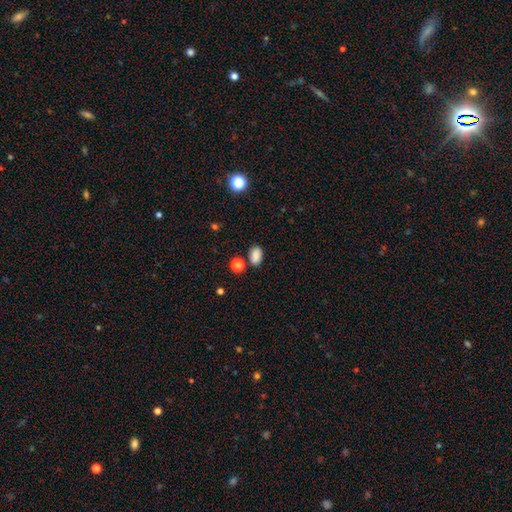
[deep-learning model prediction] A smooth galaxy with no disk features (84%) that is in between round and cigar-shaped (86%). Merging: none (78%).